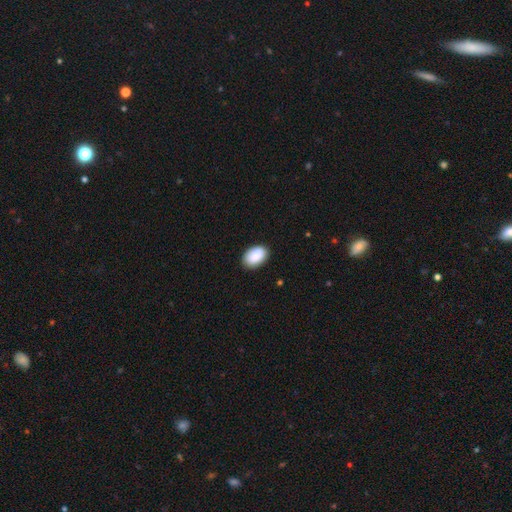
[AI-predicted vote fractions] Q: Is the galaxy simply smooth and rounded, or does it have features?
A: smooth — 89%.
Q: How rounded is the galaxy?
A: in between — 89%.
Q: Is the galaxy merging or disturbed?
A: none — 84%.